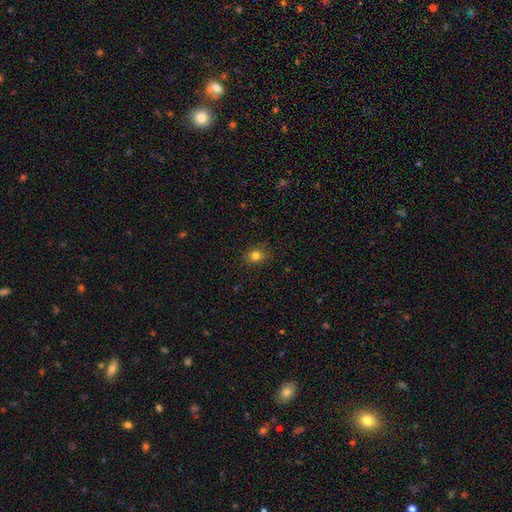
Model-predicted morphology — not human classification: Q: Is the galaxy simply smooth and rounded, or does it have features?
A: smooth — 81%.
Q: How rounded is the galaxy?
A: round — 61%.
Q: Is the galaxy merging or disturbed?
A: none — 86%.